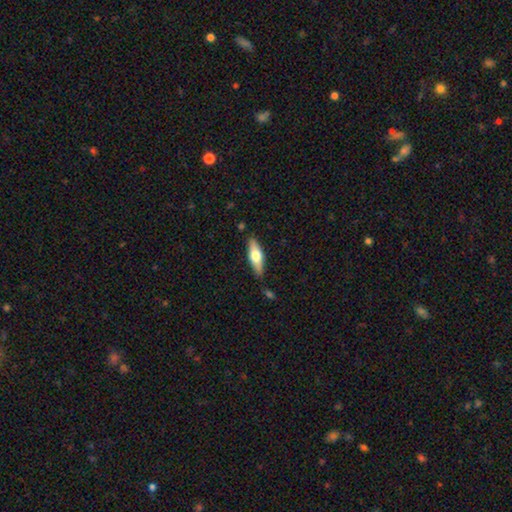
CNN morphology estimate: This appears to be a smooth galaxy with no disk features (55%) that is in between round and cigar-shaped (53%). Merging: none (84%).